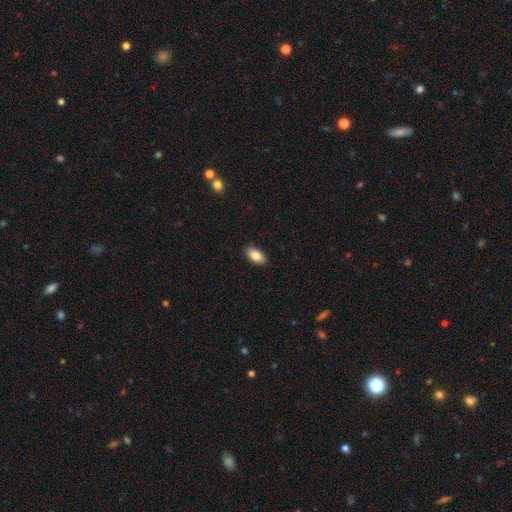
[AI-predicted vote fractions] A smooth galaxy with no disk features (82%) that is in between round and cigar-shaped (92%).

Vote fractions:
- Smooth or featured? smooth: 82% / featured or disk: 12% / star or artifact: 7%
- How rounded? in between: 92% / round: 4% / cigar-shaped: 4%
- Merging? none: 89% / minor disturbance: 8% / major disturbance: 2% / merger: 1%